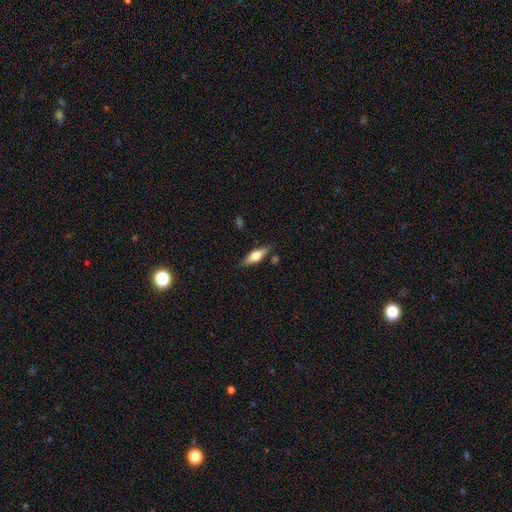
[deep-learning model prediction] Morphology: type=smooth (51%); roundness=in between (55%); merging=none (81%).